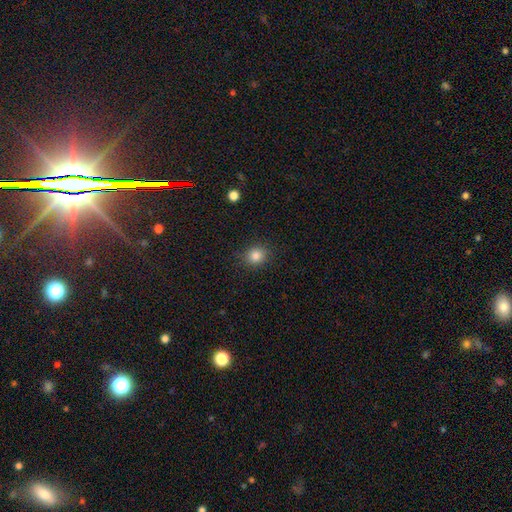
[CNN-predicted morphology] Smooth or featured?
  - smooth: 84% *
  - star or artifact: 11%
  - featured or disk: 5%
How rounded?
  - round: 78% *
  - in between: 21%
  - cigar-shaped: 1%
Merging?
  - none: 88% *
  - minor disturbance: 8%
  - major disturbance: 3%
  - merger: 1%